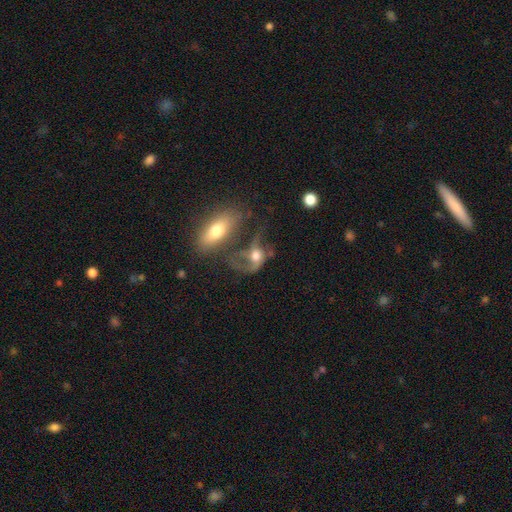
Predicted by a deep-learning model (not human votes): The model was most divided on "merging": major disturbance: 33%, merger: 32%, none: 22%, minor disturbance: 14%. More confident: edge-on disk — no (93%); bar — no (72%); spiral arms — yes (69%); smooth or featured — featured or disk (58%); bulge size — moderate (53%).